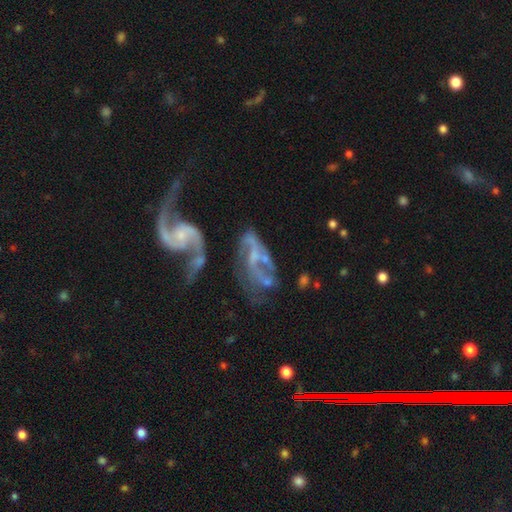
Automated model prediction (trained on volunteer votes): The model was most divided on "bulge size": small: 45%, none: 38%, moderate: 14%, large: 2%, dominant: 1%. Remaining: edge-on disk — no (95%); spiral arms — yes (83%); smooth or featured — featured or disk (81%); spiral arm count — 2 (75%); spiral winding — loose (56%); bar — no (49%); merging — merger (35%).